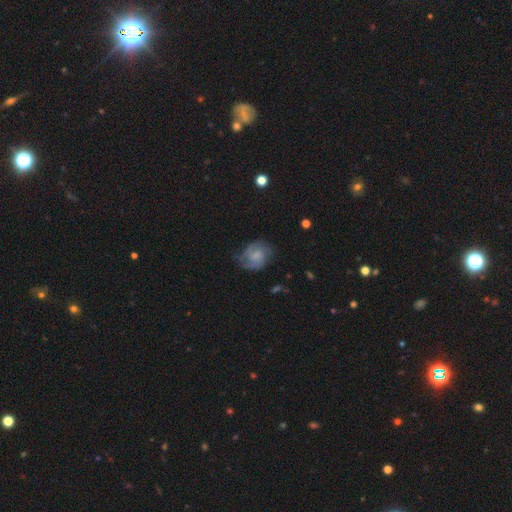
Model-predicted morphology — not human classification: Q: Smooth or featured?
A: featured or disk (53%); runner-up: smooth (38%)
Q: Edge-on disk?
A: no (97%); runner-up: yes (3%)
Q: Bar?
A: no (64%); runner-up: weak (31%)
Q: Spiral arms?
A: yes (81%); runner-up: no (19%)
Q: Bulge size?
A: none (34%); runner-up: small (32%)
Q: Merging?
A: none (54%); runner-up: minor disturbance (27%)